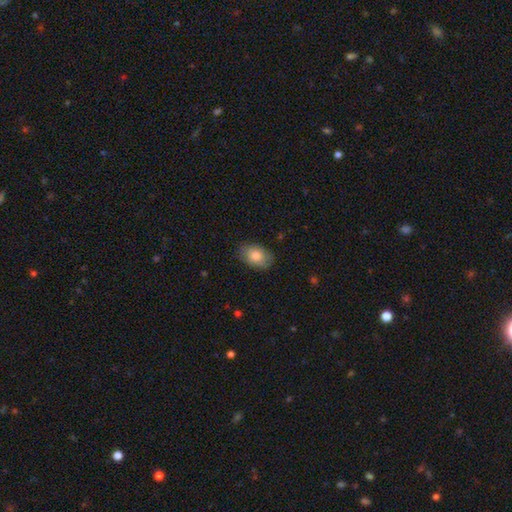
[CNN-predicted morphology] smooth-or-featured: smooth: 83% | featured or disk: 11% | star or artifact: 7%
  how-rounded: in between: 85% | round: 14% | cigar-shaped: 1%
  merging: none: 83% | minor disturbance: 13% | major disturbance: 3% | merger: 1%